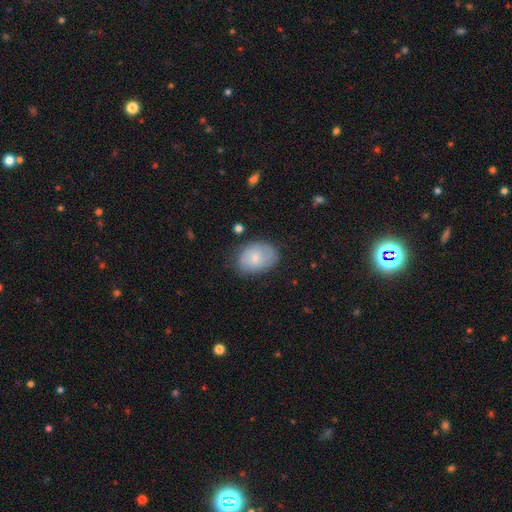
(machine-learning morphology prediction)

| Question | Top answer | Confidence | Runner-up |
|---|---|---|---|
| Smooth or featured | smooth | 65% | featured or disk (28%) |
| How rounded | in between | 74% | round (25%) |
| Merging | none | 72% | minor disturbance (21%) |